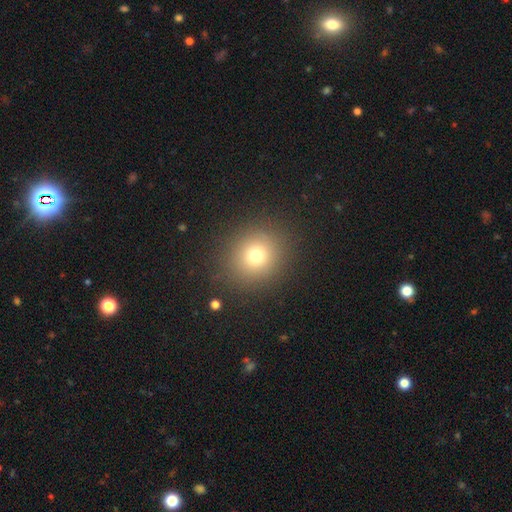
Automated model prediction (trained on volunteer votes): A smooth galaxy with no disk features (74%) that is round (84%).

Vote fractions:
- Smooth or featured? smooth: 74% / star or artifact: 16% / featured or disk: 10%
- How rounded? round: 84% / in between: 15% / cigar-shaped: 1%
- Merging? none: 88% / minor disturbance: 7% / major disturbance: 3% / merger: 1%